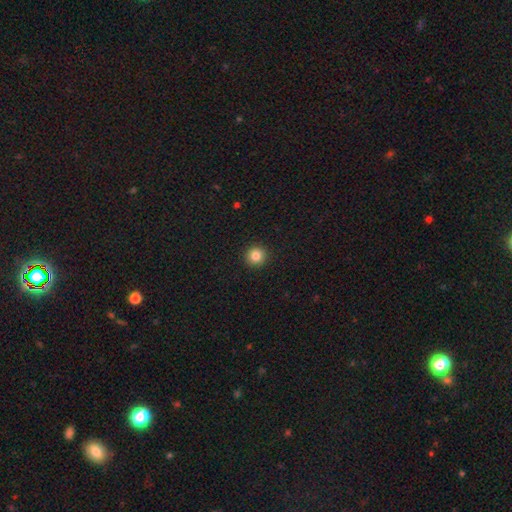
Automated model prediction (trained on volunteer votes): smooth 84%, star or artifact 11%, featured or disk 5%. Down the decision tree: how rounded — round (95%); merging — none (93%).